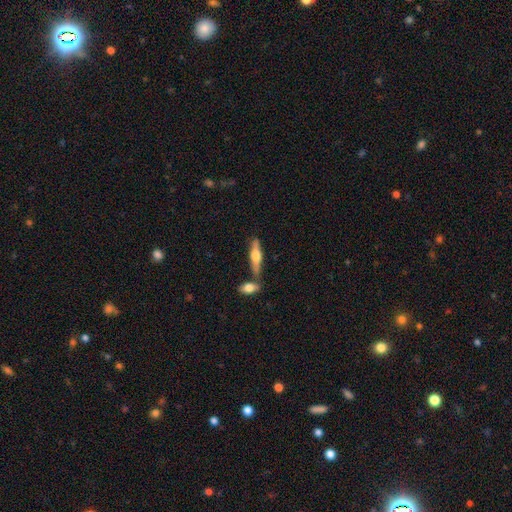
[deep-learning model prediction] Smooth or featured? featured or disk (49%)
Merging? none (70%)